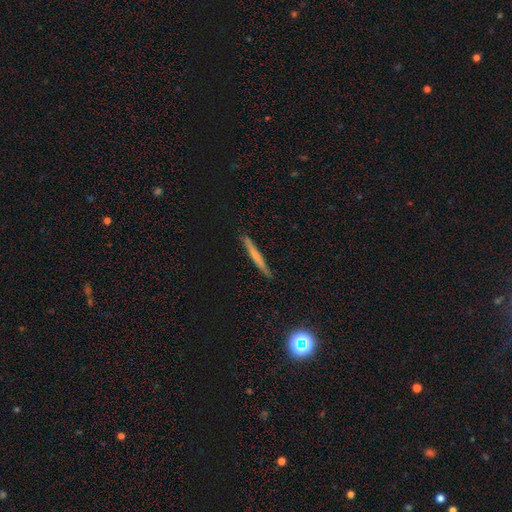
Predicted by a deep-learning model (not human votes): This is possibly a smooth galaxy (48%). Merging: clearly none (88%).